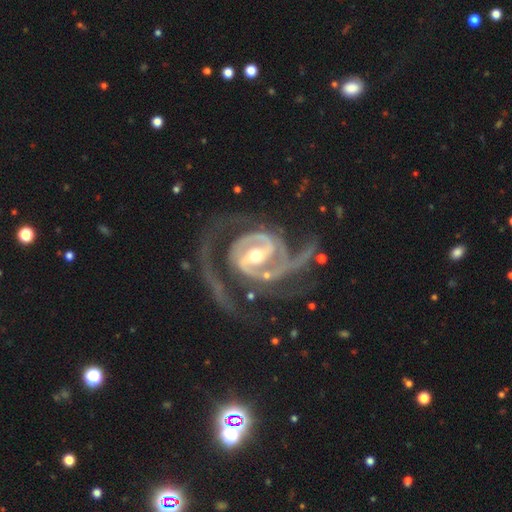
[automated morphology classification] Q: Smooth or featured?
A: featured or disk (94%); runner-up: star or artifact (4%)
Q: Edge-on disk?
A: no (98%); runner-up: yes (2%)
Q: Bar?
A: strong (47%); runner-up: weak (38%)
Q: Spiral arms?
A: yes (98%); runner-up: no (2%)
Q: Spiral winding?
A: medium (49%); runner-up: tight (38%)
Q: Spiral arm count?
A: 2 (62%); runner-up: 3 (19%)
Q: Bulge size?
A: moderate (61%); runner-up: small (31%)
Q: Merging?
A: none (52%); runner-up: major disturbance (27%)